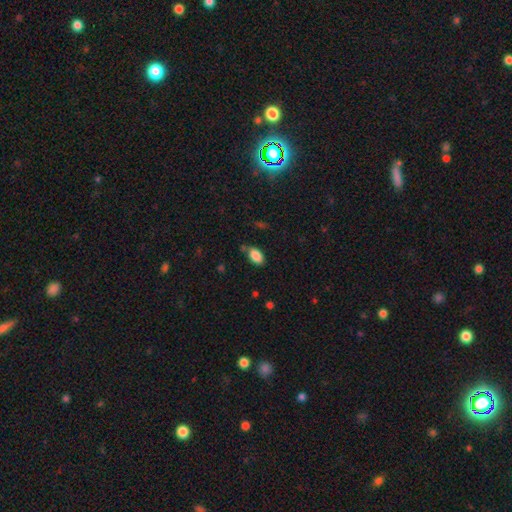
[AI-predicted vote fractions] A smooth galaxy with no disk features (87%) that is in between round and cigar-shaped (93%).

Vote fractions:
- Smooth or featured? smooth: 87% / star or artifact: 8% / featured or disk: 6%
- How rounded? in between: 93% / round: 5% / cigar-shaped: 2%
- Merging? none: 73% / minor disturbance: 18% / merger: 5% / major disturbance: 4%